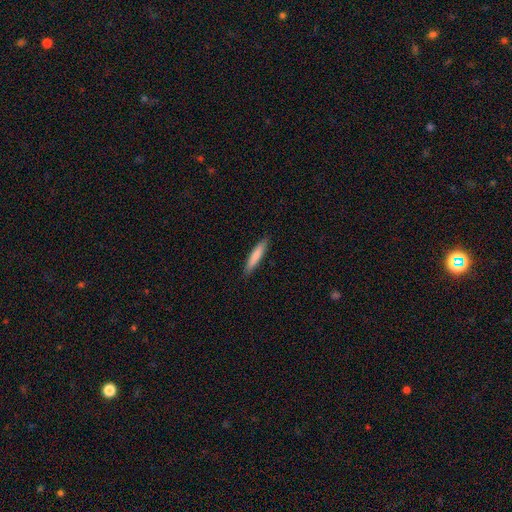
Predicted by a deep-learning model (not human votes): Smooth or featured? smooth (80%)
How rounded? cigar-shaped (89%)
Merging? none (89%)